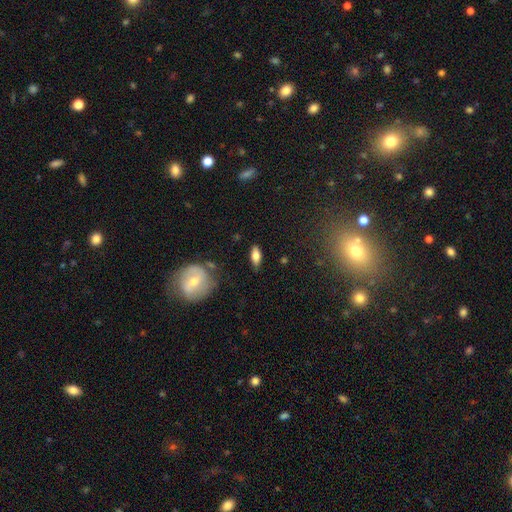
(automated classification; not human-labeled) This is likely a smooth galaxy (72%). How rounded: clearly in between (81%). Merging: clearly none (81%).